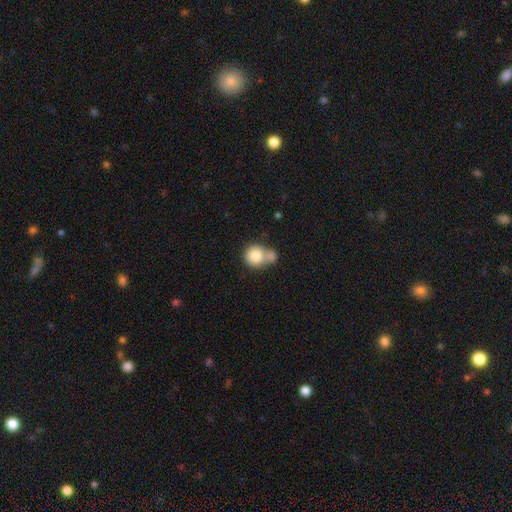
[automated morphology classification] type=smooth (82%); roundness=round (86%); merging=merger (46%).